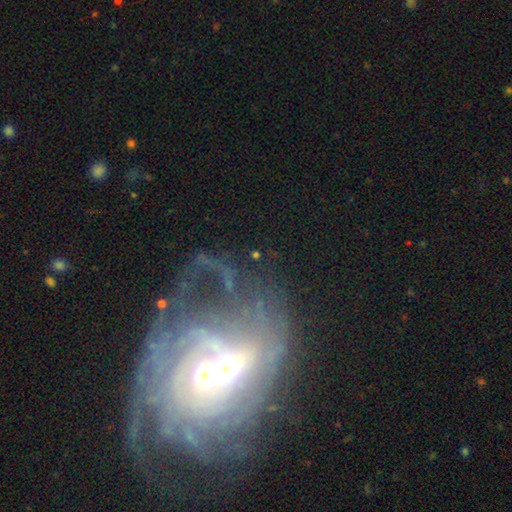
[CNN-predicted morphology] Smooth or featured?
  - featured or disk: 52% *
  - star or artifact: 26%
  - smooth: 22%
Edge-on disk?
  - no: 87% *
  - yes: 13%
Merging?
  - none: 67% *
  - minor disturbance: 14%
  - major disturbance: 13%
  - merger: 6%